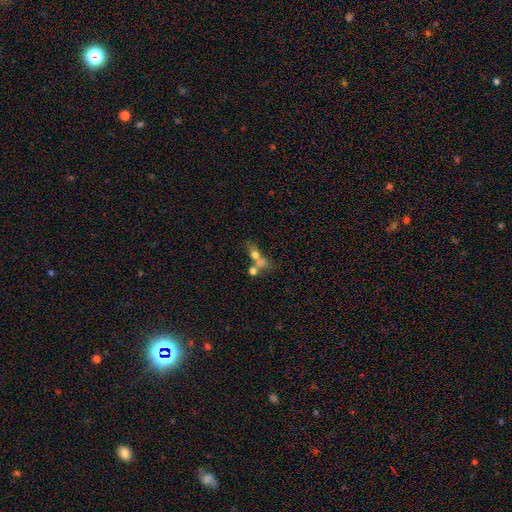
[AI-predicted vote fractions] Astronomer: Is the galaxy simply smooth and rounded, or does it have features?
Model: smooth — 58%.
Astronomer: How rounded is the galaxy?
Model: round — 47% (runner-up: in between, 44%).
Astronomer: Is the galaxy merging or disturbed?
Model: merger — 58%.